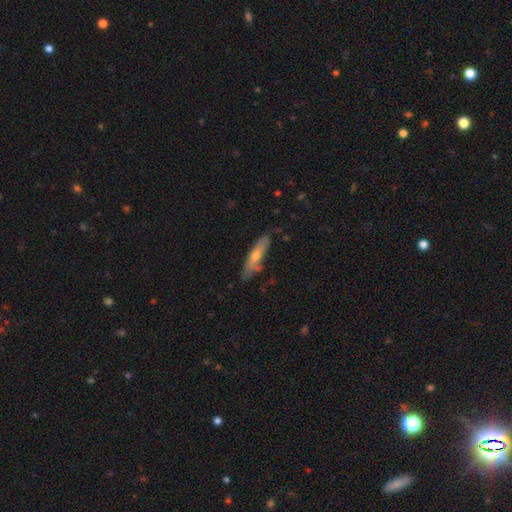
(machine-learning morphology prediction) This appears to be a smooth galaxy with no disk features (50%) that is cigar-shaped (77%). Merging: none (74%).